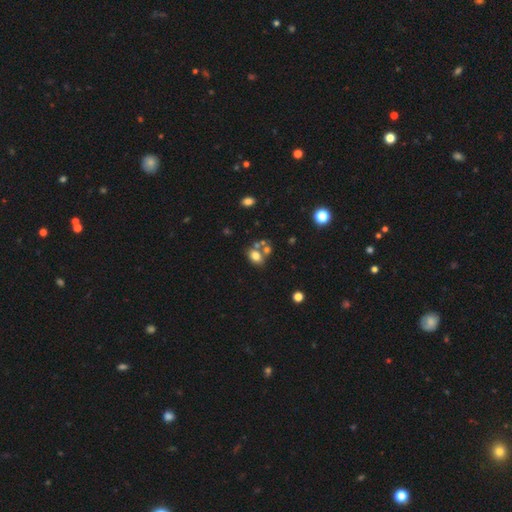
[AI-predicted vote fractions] This is likely a smooth galaxy (75%). How rounded: likely in between (71%). Merging: possibly none (49%).